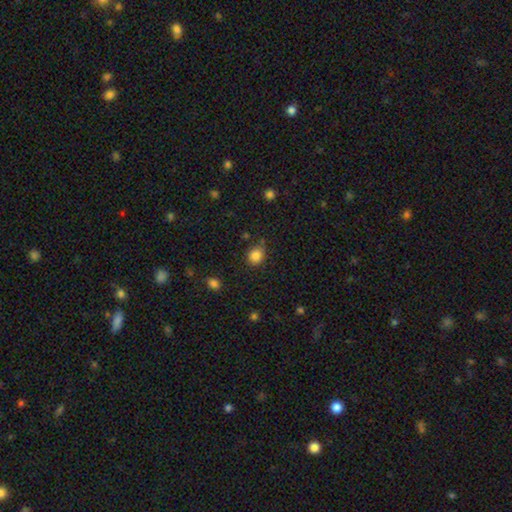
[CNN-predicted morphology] Smooth or featured? smooth (84%)
How rounded? round (73%)
Merging? none (75%)